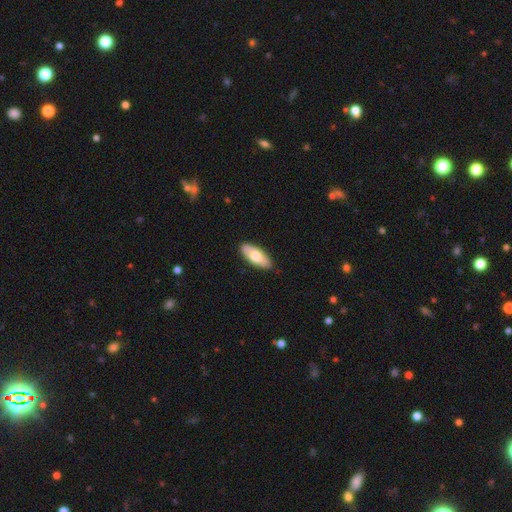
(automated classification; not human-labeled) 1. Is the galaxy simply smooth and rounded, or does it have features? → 71% smooth, 24% featured or disk, 5% star or artifact.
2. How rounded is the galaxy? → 80% in between, 18% cigar-shaped, 2% round.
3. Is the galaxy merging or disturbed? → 89% none, 9% minor disturbance, 2% major disturbance, 1% merger.